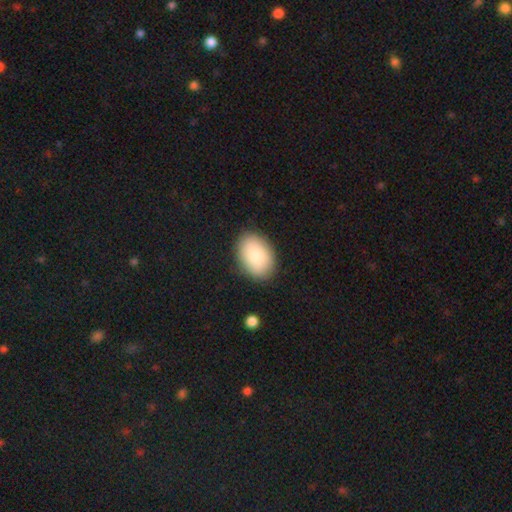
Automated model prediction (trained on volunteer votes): This is clearly a smooth galaxy (87%). How rounded: clearly in between (84%). Merging: clearly none (86%).